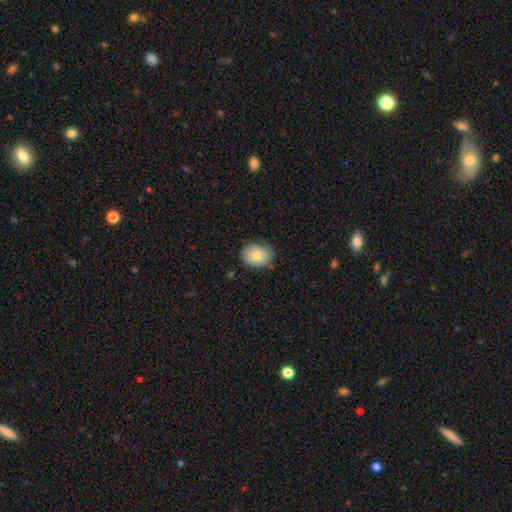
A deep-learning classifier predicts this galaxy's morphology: Q: Smooth or featured?
A: smooth (81%); runner-up: featured or disk (11%)
Q: How rounded?
A: in between (59%); runner-up: round (40%)
Q: Merging?
A: none (79%); runner-up: minor disturbance (17%)